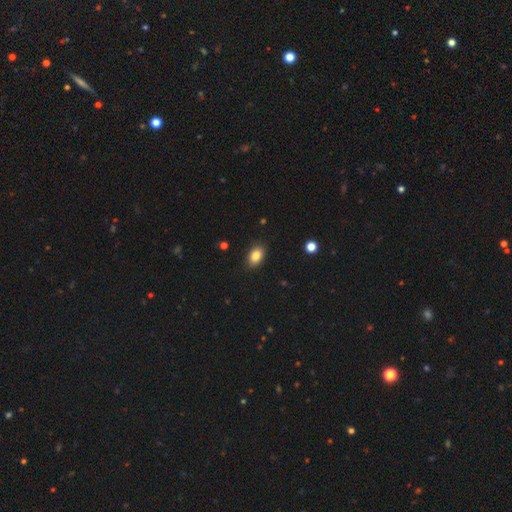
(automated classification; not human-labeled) The model was most divided on "how rounded": in between: 87%, round: 11%, cigar-shaped: 2%. More confident: merging — none (88%); smooth or featured — smooth (85%).